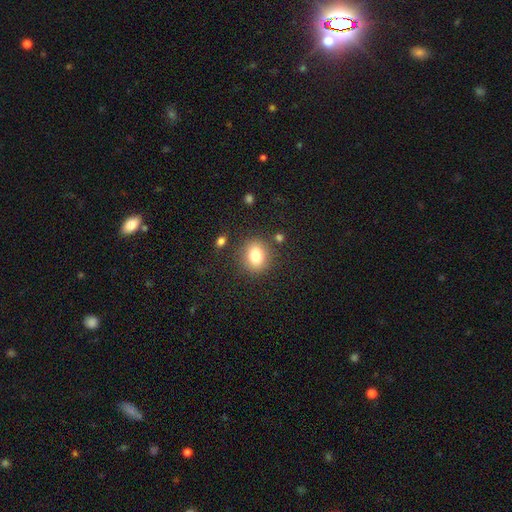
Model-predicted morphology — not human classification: Smooth or featured? smooth (81%)
How rounded? round (68%)
Merging? none (83%)